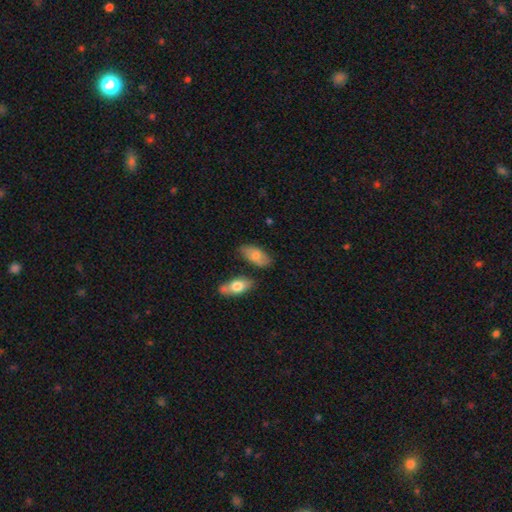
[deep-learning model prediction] Smooth or featured? smooth (71%)
How rounded? in between (91%)
Merging? none (71%)